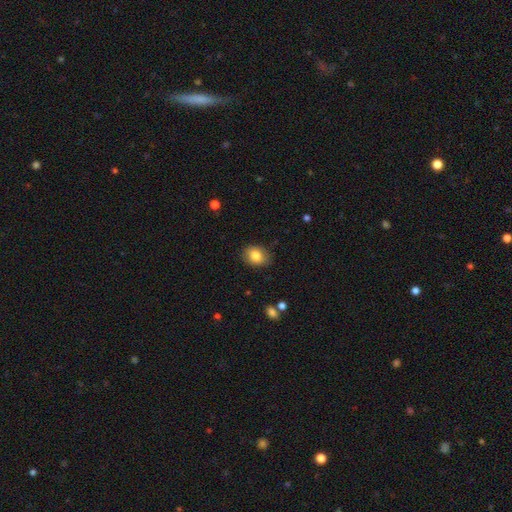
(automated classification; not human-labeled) smooth_or_featured: smooth (p=0.83) [alt: star or artifact p=0.09]
how_rounded: in between (p=0.56) [alt: round p=0.43]
merging: none (p=0.85) [alt: minor disturbance p=0.12]